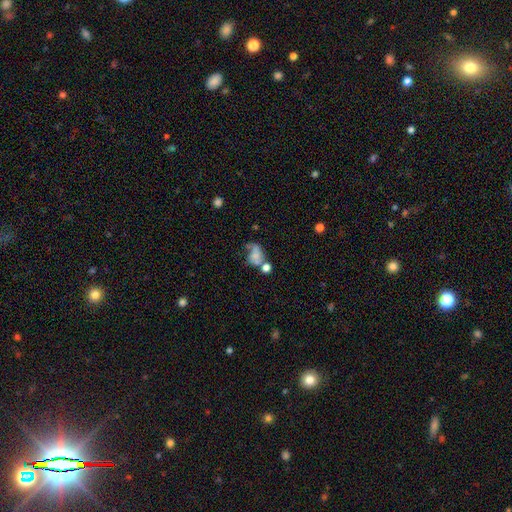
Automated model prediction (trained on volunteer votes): Morphology: type=smooth (54%); roundness=in between (67%); merging=merger (35%).